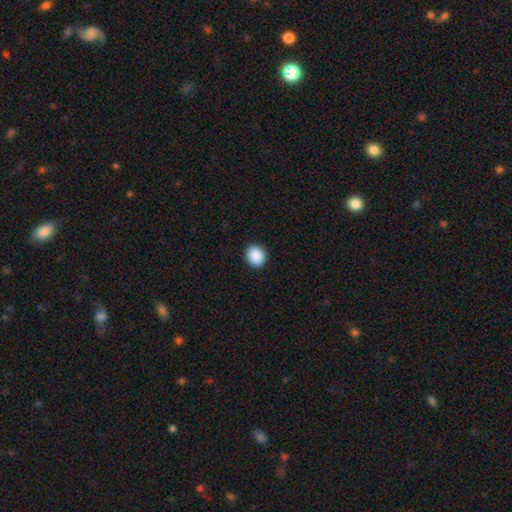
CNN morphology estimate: Smooth or featured? Predicted: smooth (p=0.90). How rounded? Predicted: round (p=0.70). Merging? Predicted: none (p=0.92).